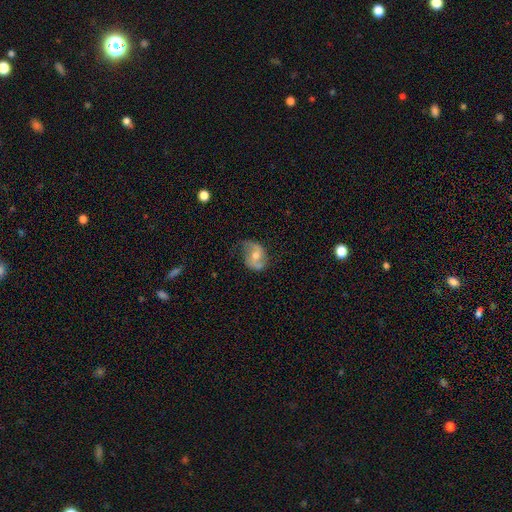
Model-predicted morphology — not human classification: Smooth or featured? featured or disk (69%)
Edge-on disk? no (96%)
Bar? no (49%)
Spiral arms? yes (87%)
Spiral winding? loose (47%)
Spiral arm count? 2 (84%)
Bulge size? moderate (61%)
Merging? none (62%)